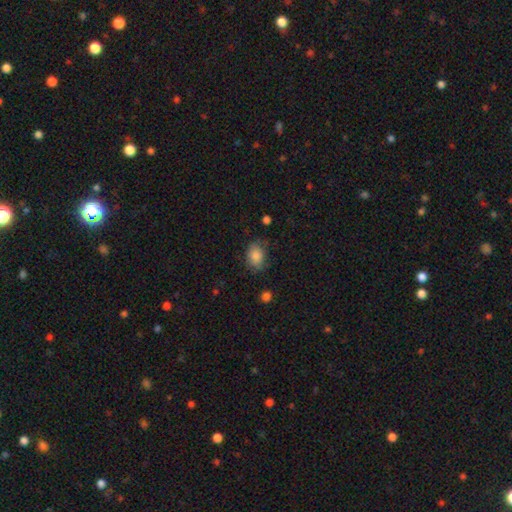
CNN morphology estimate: A smooth galaxy with no disk features (83%) that is in between round and cigar-shaped (66%). Merging: none (63%).